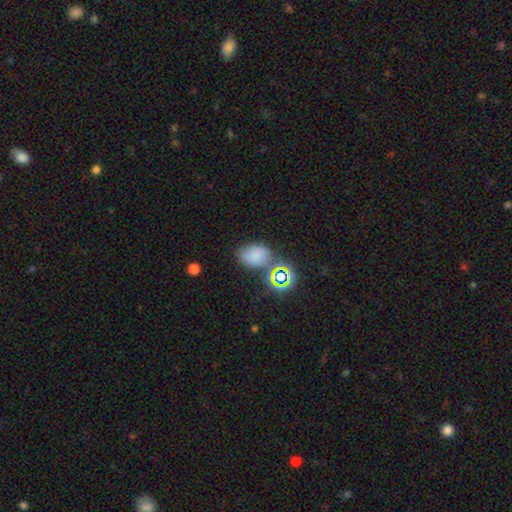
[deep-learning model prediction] A smooth galaxy with no disk features (65%) that is in between round and cigar-shaped (74%).

Vote fractions:
- Smooth or featured? smooth: 65% / star or artifact: 24% / featured or disk: 10%
- How rounded? in between: 74% / round: 25% / cigar-shaped: 1%
- Merging? none: 58% / minor disturbance: 20% / merger: 14% / major disturbance: 8%